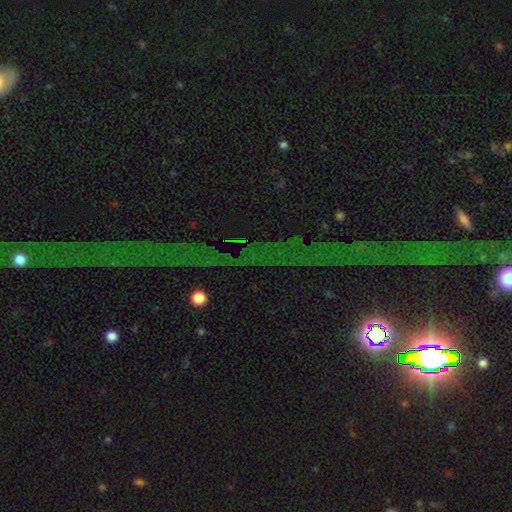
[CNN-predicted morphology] Smooth or featured: star or artifact — 76% (featured or disk — 13%)